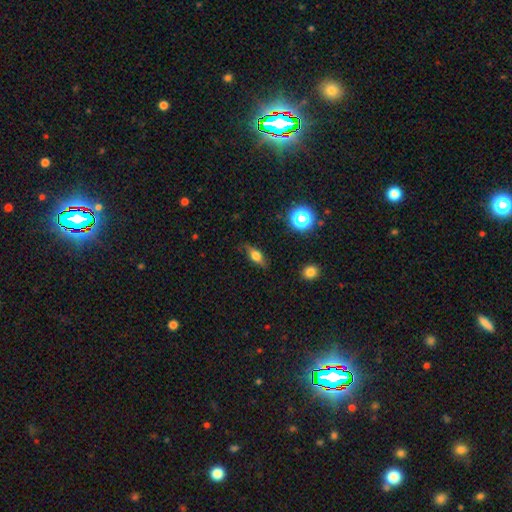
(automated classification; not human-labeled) Smooth or featured?
  - smooth: 56% *
  - featured or disk: 34%
  - star or artifact: 10%
How rounded?
  - in between: 62% *
  - cigar-shaped: 27%
  - round: 11%
Merging?
  - none: 81% *
  - minor disturbance: 14%
  - major disturbance: 4%
  - merger: 1%